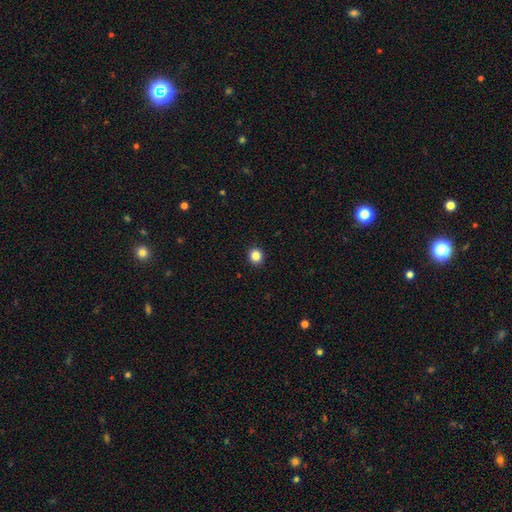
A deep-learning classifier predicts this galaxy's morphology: type=smooth (86%); roundness=round (87%); merging=none (93%).